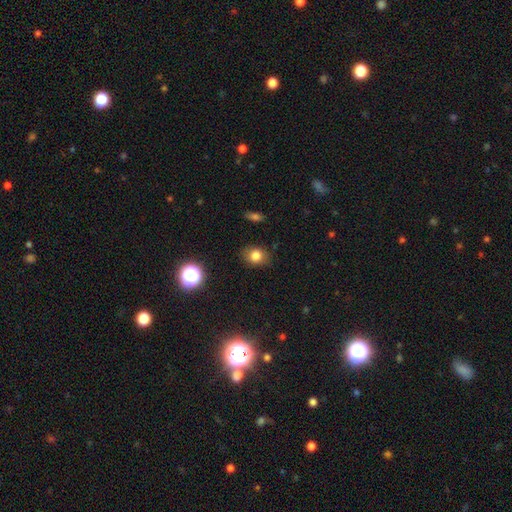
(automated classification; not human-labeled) Smooth or featured? Predicted: smooth (p=0.79). How rounded? Predicted: in between (p=0.50). Merging? Predicted: none (p=0.80).